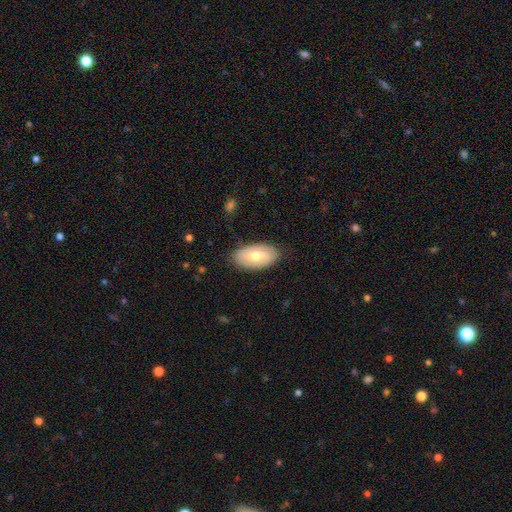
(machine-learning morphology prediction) Smooth or featured: smooth — 61% (featured or disk — 34%)
How rounded: in between — 94% (round — 3%)
Merging: none — 81% (minor disturbance — 15%)